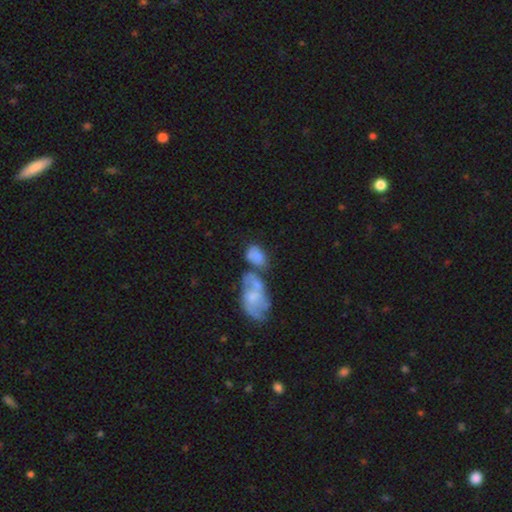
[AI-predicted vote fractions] Overall: smooth (66%). How rounded: in between (80%). Merging: merger (45%; none 27%).